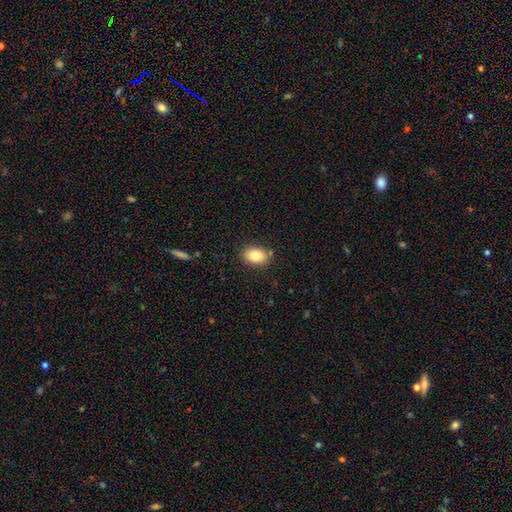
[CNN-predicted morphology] A smooth galaxy with no disk features (82%) that is in between round and cigar-shaped (85%). Merging: none (84%).